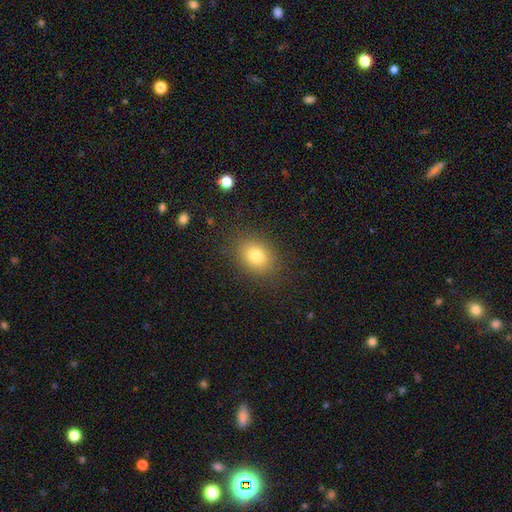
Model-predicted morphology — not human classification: Q: Smooth or featured?
A: smooth (80%); runner-up: star or artifact (11%)
Q: How rounded?
A: in between (59%); runner-up: round (40%)
Q: Merging?
A: none (86%); runner-up: minor disturbance (9%)